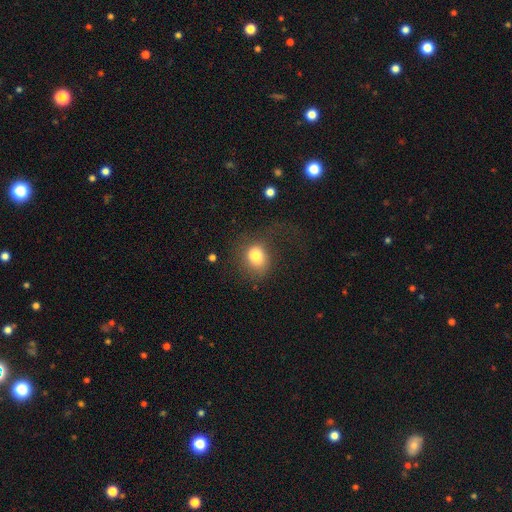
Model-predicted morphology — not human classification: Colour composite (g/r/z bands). It shows a smooth galaxy with no disk features (79%) that is round (53%). Merging: none (44%).